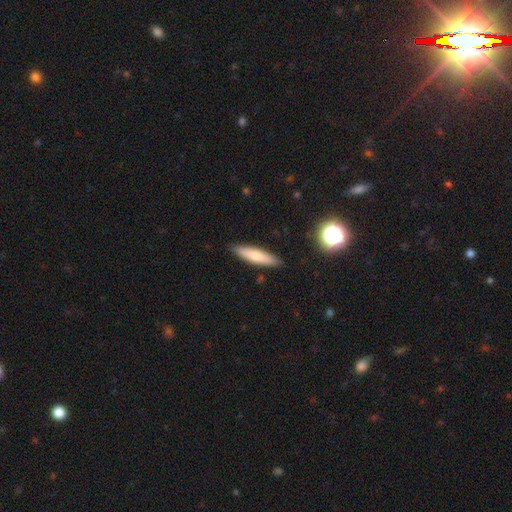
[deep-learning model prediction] smooth_or_featured: smooth (p=0.72) [alt: featured or disk p=0.22]
how_rounded: cigar-shaped (p=0.77) [alt: in between p=0.21]
merging: none (p=0.88) [alt: minor disturbance p=0.09]